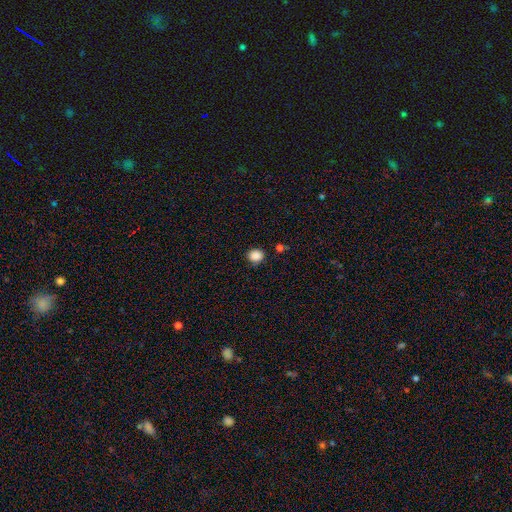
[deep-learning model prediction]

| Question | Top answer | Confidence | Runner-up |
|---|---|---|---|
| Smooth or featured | smooth | 87% | star or artifact (10%) |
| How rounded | round | 77% | in between (22%) |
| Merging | none | 84% | minor disturbance (10%) |